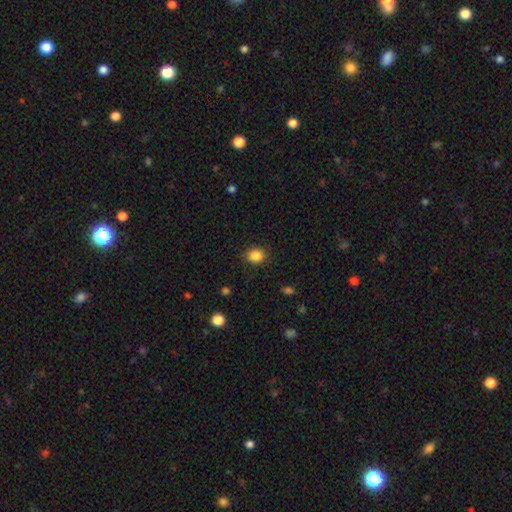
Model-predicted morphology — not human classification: Overall: smooth (87%). How rounded: round (56%; in between 43%). Merging: none (87%).